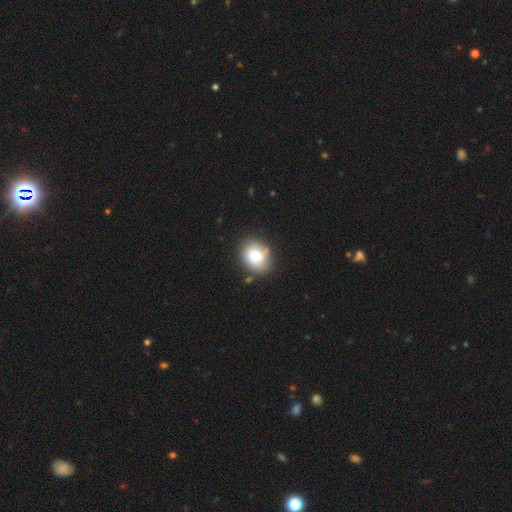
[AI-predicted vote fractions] A smooth galaxy with no disk features (81%) that is round (55%). Merging: none (77%).